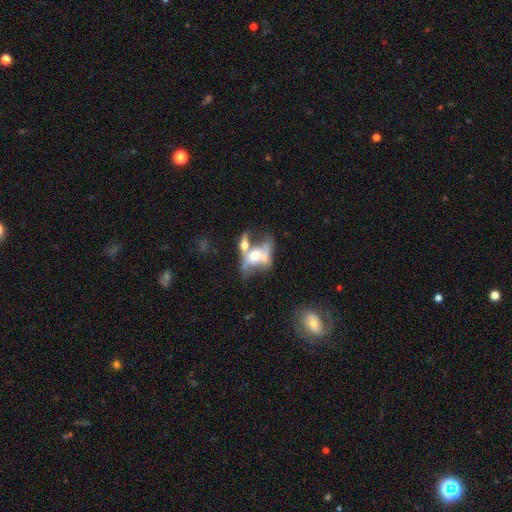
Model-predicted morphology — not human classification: This is likely a featured or disk galaxy (61%). It is clearly not viewed edge-on (89%). Bar: likely no (76%). Spiral arm pattern: likely no (66%). Central bulge: marginally moderate (44%). Merging: possibly merger (58%).